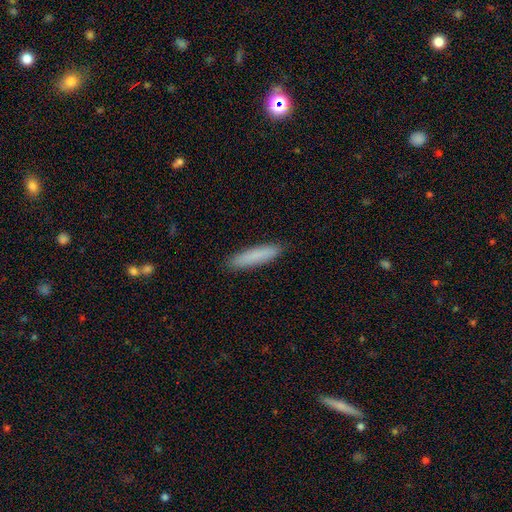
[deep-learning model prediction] Smooth or featured? smooth (85%)
How rounded? cigar-shaped (85%)
Merging? none (90%)